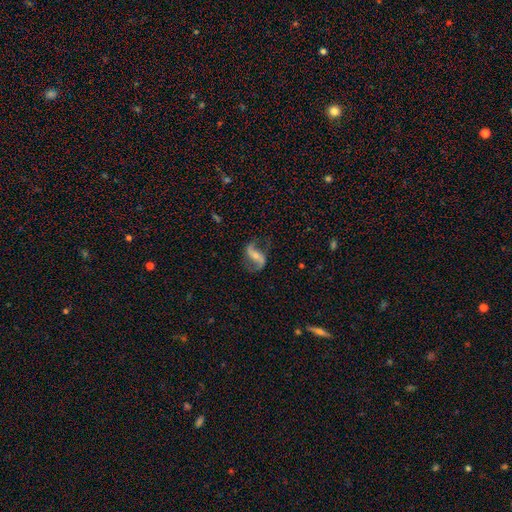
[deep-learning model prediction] A featured or disk galaxy (83%) with a strong bar (49%), 2 (92%) loose (71%) spiral arms (93%) and a small central bulge (53%).

Vote fractions:
- Smooth or featured? featured or disk: 83% / smooth: 11% / star or artifact: 6%
- Edge-on disk? no: 96% / yes: 4%
- Bar? strong: 49% / weak: 30% / no: 20%
- Spiral arms? yes: 93% / no: 7%
- Spiral winding? loose: 71% / medium: 23% / tight: 6%
- Spiral arm count? 2: 92% / 1: 3% / can't tell: 2% / 3: 1% / 4: 1% / more than 4: 1%
- Bulge size? small: 53% / moderate: 34% / none: 8% / large: 3% / dominant: 1%
- Merging? none: 72% / minor disturbance: 16% / major disturbance: 11% / merger: 2%